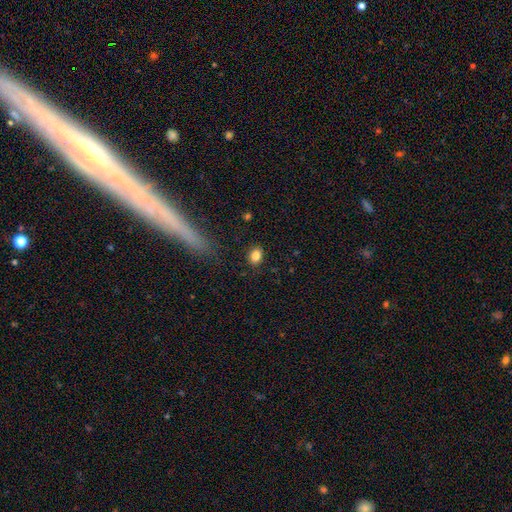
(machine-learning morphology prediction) smooth 84%, star or artifact 10%, featured or disk 6%. Down the decision tree: how rounded — in between (65%); merging — none (87%).